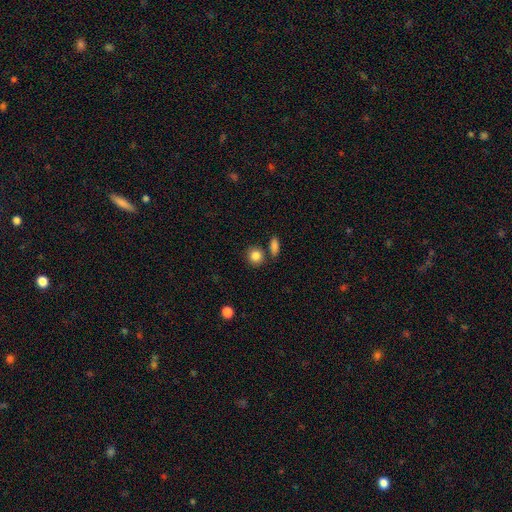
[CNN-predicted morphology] This is clearly a smooth galaxy (85%). How rounded: clearly round (82%). Merging: likely none (76%).